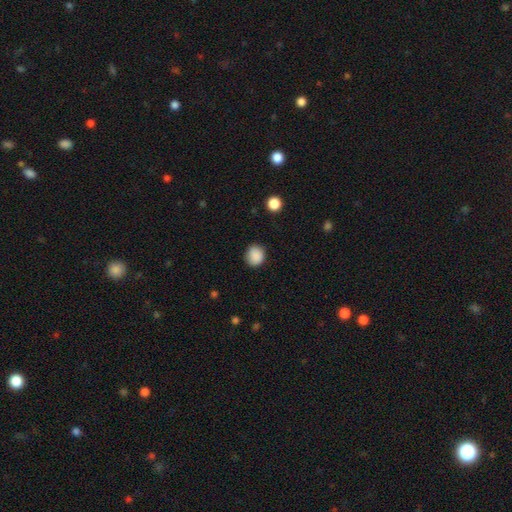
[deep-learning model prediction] smooth 88%, star or artifact 9%, featured or disk 3%. Down the decision tree: how rounded — round (78%); merging — none (85%).